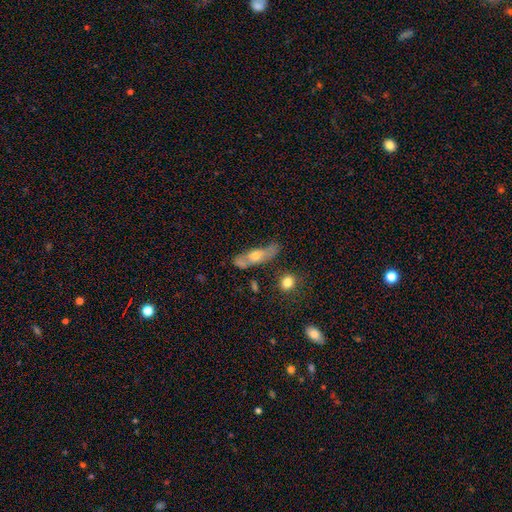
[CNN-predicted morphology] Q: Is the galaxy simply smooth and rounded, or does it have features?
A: featured or disk — 50%.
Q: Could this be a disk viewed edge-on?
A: no — 59%.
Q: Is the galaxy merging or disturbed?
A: none — 50%.